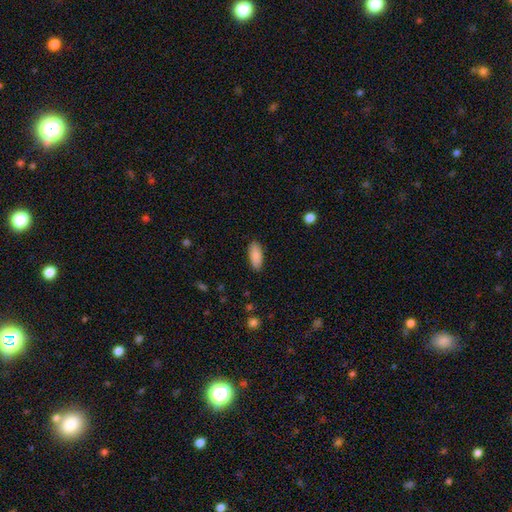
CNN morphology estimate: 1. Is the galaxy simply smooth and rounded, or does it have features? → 89% smooth, 6% star or artifact, 5% featured or disk.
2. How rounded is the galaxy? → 83% in between, 16% cigar-shaped, 2% round.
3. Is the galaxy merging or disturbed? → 87% none, 10% minor disturbance, 2% major disturbance, 1% merger.